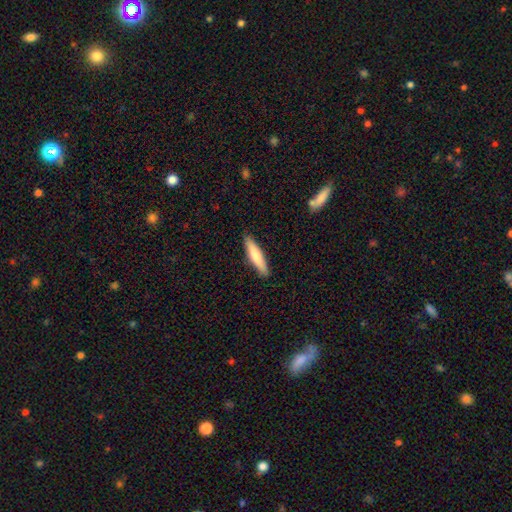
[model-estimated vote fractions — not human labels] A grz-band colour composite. It shows a smooth galaxy with no disk features (73%) that is cigar-shaped (82%). Merging: none (90%).